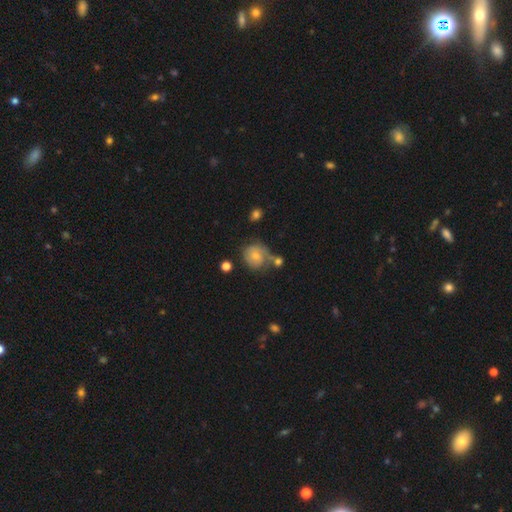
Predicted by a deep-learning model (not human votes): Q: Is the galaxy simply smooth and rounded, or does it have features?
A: smooth — 56%.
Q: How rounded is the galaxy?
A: round — 78%.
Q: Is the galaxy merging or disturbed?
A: none — 48%.